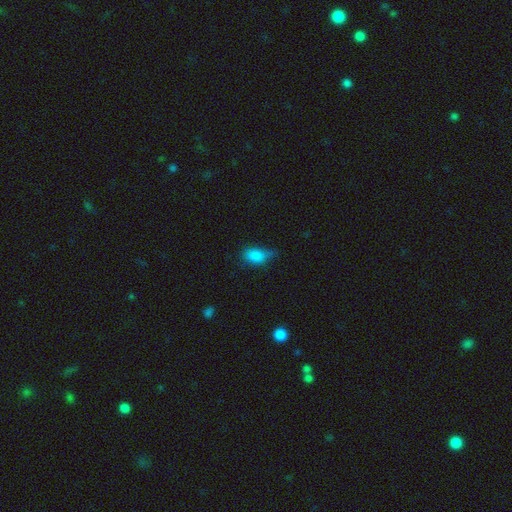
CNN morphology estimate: A smooth galaxy with no disk features (82%) that is in between round and cigar-shaped (82%).

Vote fractions:
- Smooth or featured? smooth: 82% / star or artifact: 10% / featured or disk: 8%
- How rounded? in between: 82% / round: 14% / cigar-shaped: 4%
- Merging? minor disturbance: 43% / none: 42% / major disturbance: 13% / merger: 3%